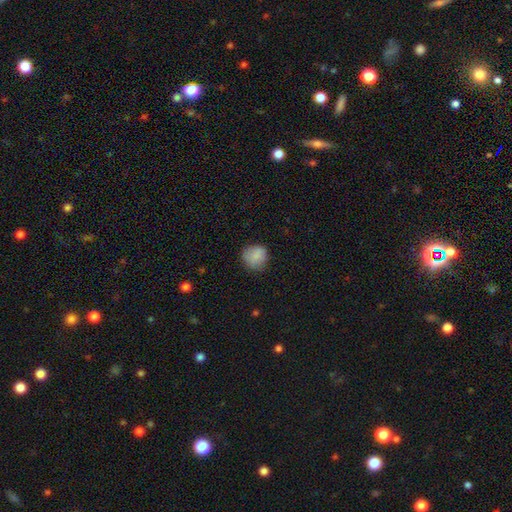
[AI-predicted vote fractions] Morphology: type=smooth (84%); roundness=round (86%); merging=none (75%).